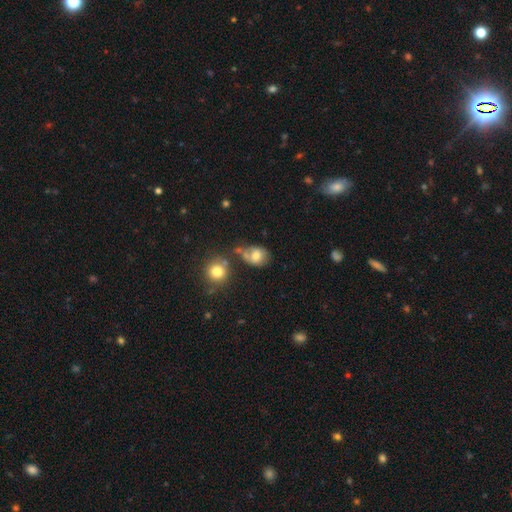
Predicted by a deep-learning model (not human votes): Smooth or featured?
  - smooth: 70% *
  - featured or disk: 19%
  - star or artifact: 11%
How rounded?
  - in between: 55% *
  - round: 43%
  - cigar-shaped: 1%
Merging?
  - none: 40% *
  - minor disturbance: 25%
  - merger: 21%
  - major disturbance: 13%